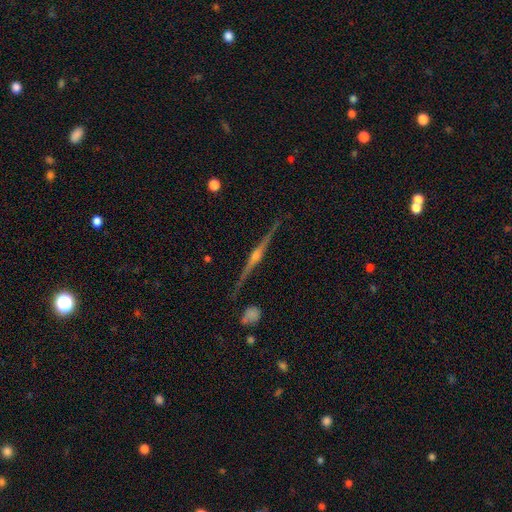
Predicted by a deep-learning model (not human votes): Smooth or featured: featured or disk — 90% (star or artifact — 5%)
Edge-on disk: yes — 98% (no — 2%)
Edge-on bulge: rounded — 93% (boxy — 4%)
Merging: none — 90% (minor disturbance — 7%)